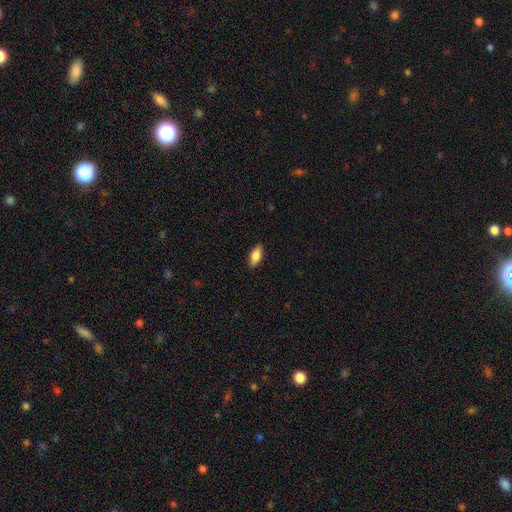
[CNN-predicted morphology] A smooth galaxy with no disk features (82%) that is in between round and cigar-shaped (85%).

Vote fractions:
- Smooth or featured? smooth: 82% / featured or disk: 12% / star or artifact: 6%
- How rounded? in between: 85% / cigar-shaped: 12% / round: 3%
- Merging? none: 88% / minor disturbance: 9% / major disturbance: 2% / merger: 1%